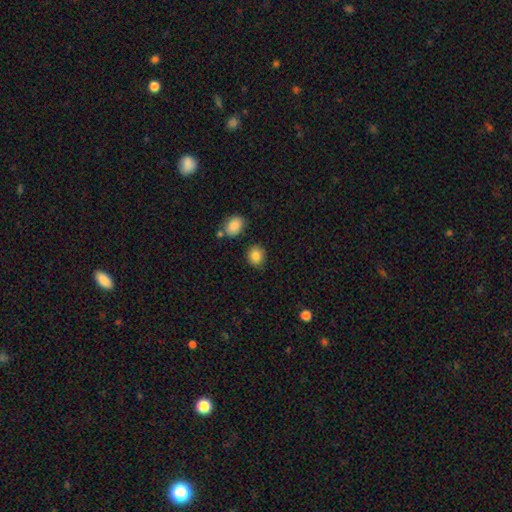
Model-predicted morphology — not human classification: Smooth or featured? smooth (85%)
How rounded? round (80%)
Merging? none (84%)